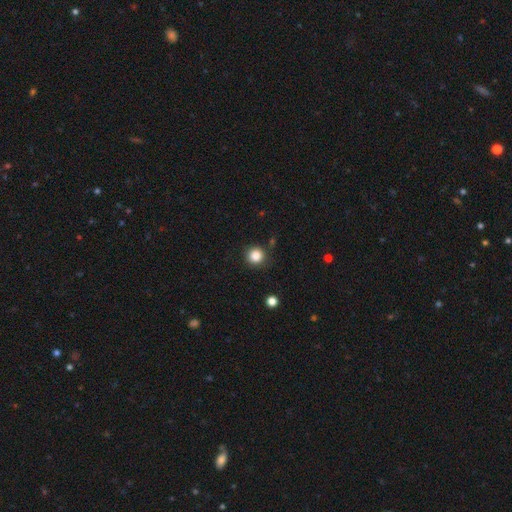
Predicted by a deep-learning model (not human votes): A smooth galaxy with no disk features (85%) that is round (94%). Merging: none (88%).